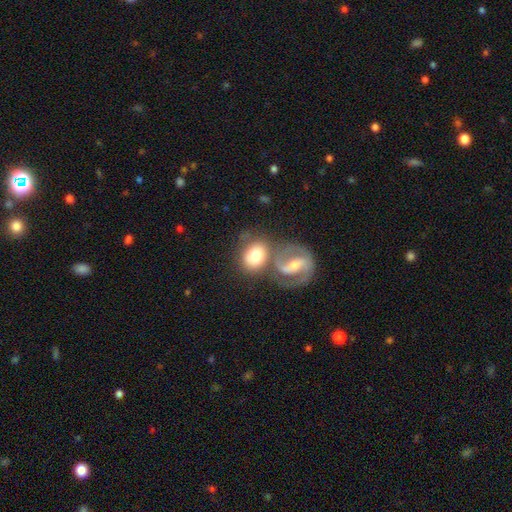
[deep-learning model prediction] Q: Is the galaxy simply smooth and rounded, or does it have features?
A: smooth — 58%.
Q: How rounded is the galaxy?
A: round — 51%.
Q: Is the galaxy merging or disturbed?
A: merger — 41%, tied with none.